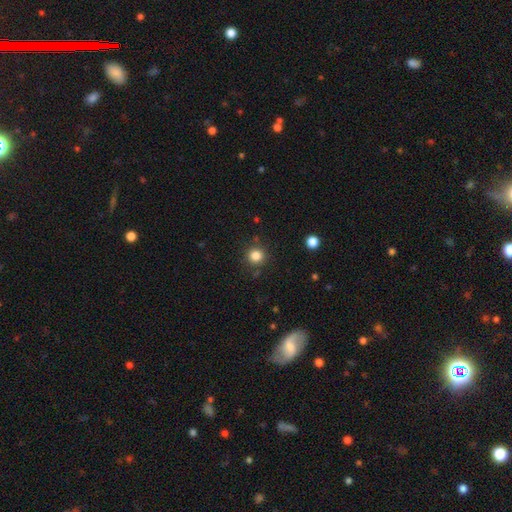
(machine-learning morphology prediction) Smooth or featured? Predicted: smooth (p=0.83). How rounded? Predicted: round (p=0.93). Merging? Predicted: none (p=0.87).